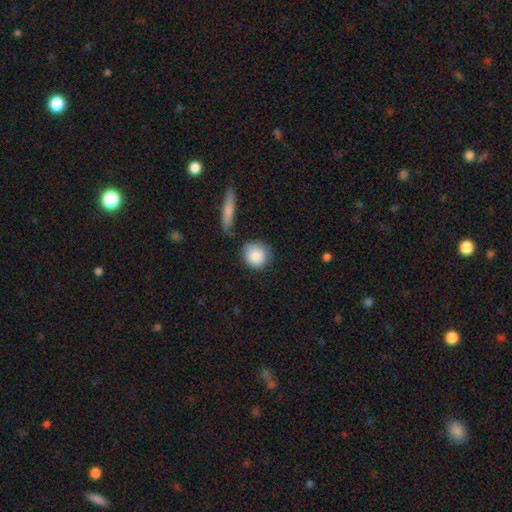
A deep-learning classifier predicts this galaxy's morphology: Q: Smooth or featured?
A: smooth (88%); runner-up: star or artifact (7%)
Q: How rounded?
A: round (85%); runner-up: in between (13%)
Q: Merging?
A: none (76%); runner-up: minor disturbance (15%)